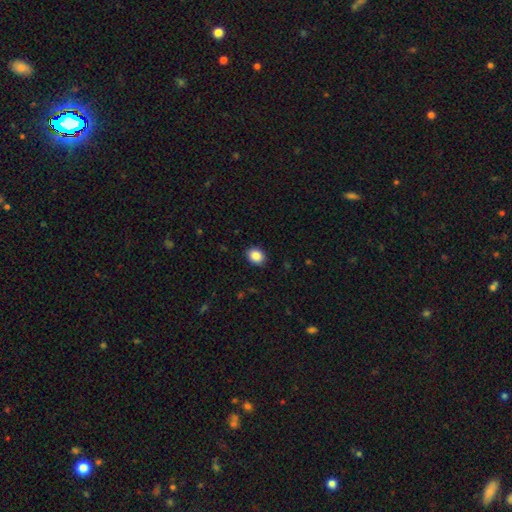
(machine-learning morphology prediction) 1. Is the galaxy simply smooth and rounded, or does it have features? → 88% smooth, 9% star or artifact, 4% featured or disk.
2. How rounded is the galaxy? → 53% round, 46% in between, 1% cigar-shaped.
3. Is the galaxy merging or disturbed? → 90% none, 7% minor disturbance, 2% major disturbance, 1% merger.